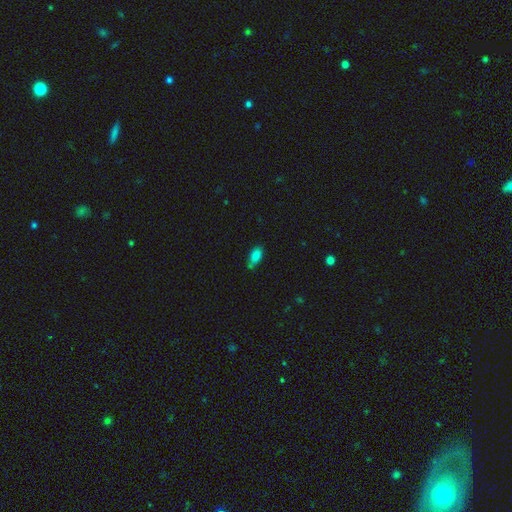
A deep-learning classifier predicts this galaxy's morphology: Smooth or featured? Predicted: smooth (p=0.80). How rounded? Predicted: in between (p=0.87). Merging? Predicted: none (p=0.59).